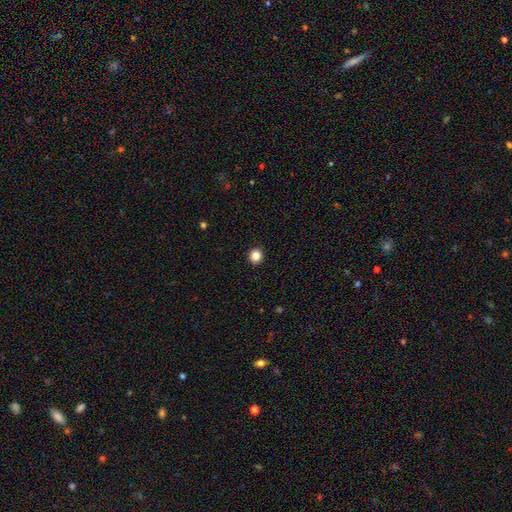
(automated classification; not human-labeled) Smooth or featured? smooth (85%)
How rounded? round (92%)
Merging? none (94%)